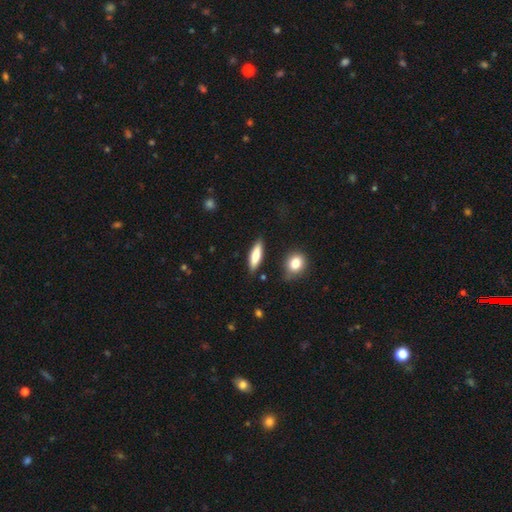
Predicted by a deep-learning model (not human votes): smooth 74%, featured or disk 20%, star or artifact 6%. Down the decision tree: how rounded — cigar-shaped (59%); merging — none (84%).